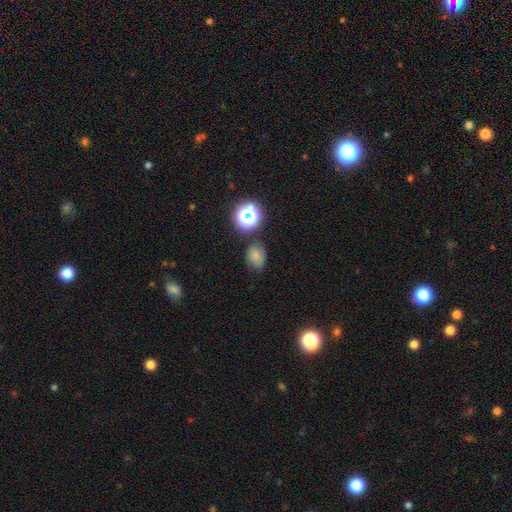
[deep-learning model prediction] Smooth or featured?
  - smooth: 70% *
  - star or artifact: 19%
  - featured or disk: 11%
How rounded?
  - in between: 61% *
  - round: 38%
  - cigar-shaped: 1%
Merging?
  - none: 66% *
  - minor disturbance: 22%
  - major disturbance: 6%
  - merger: 5%